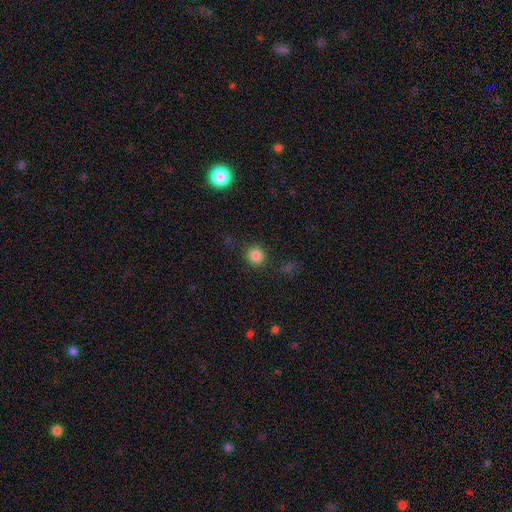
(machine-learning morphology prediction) A smooth galaxy with no disk features (85%) that is round (93%). Merging: none (88%).